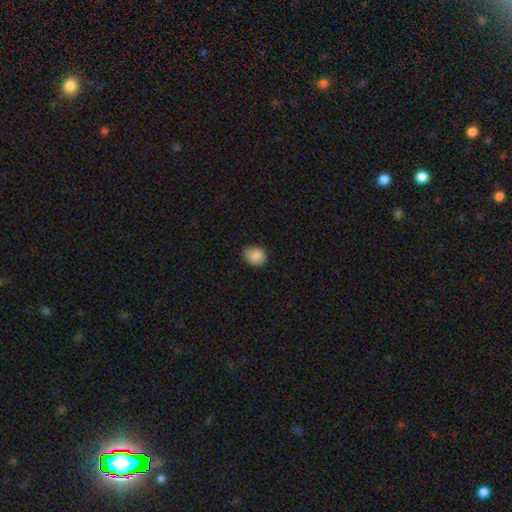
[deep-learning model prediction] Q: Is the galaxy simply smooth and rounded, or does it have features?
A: smooth — 87%.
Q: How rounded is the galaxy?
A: round — 51%.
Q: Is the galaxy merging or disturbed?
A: none — 69%.